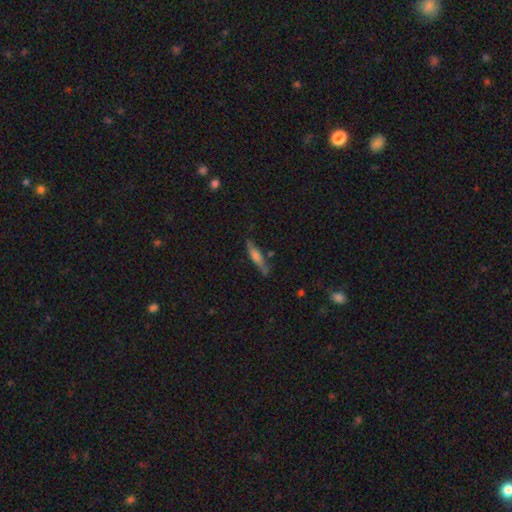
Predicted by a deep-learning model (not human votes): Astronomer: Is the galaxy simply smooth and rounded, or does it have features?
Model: smooth — 51% (runner-up: featured or disk, 40%).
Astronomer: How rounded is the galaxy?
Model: cigar-shaped — 85%.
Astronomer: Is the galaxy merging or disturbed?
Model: none — 73%.